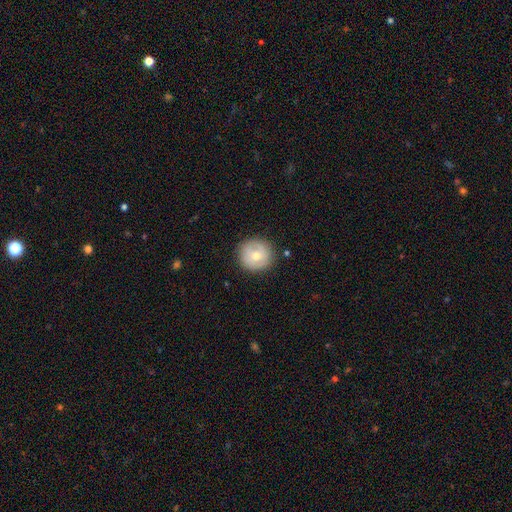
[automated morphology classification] A smooth galaxy with no disk features (62%) that is round (95%).

Vote fractions:
- Smooth or featured? smooth: 62% / featured or disk: 31% / star or artifact: 8%
- How rounded? round: 95% / in between: 4% / cigar-shaped: 1%
- Merging? none: 86% / minor disturbance: 10% / major disturbance: 3% / merger: 1%